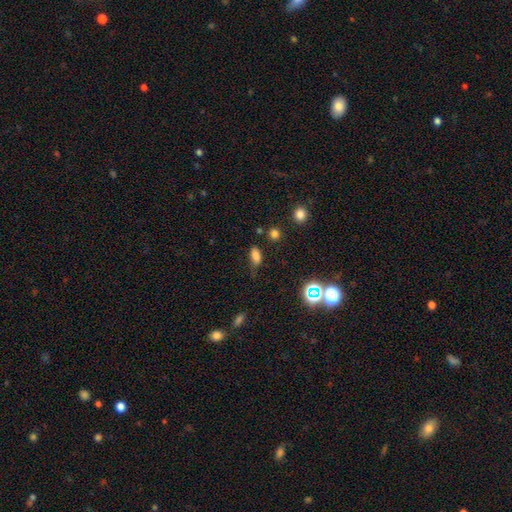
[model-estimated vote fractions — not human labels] This appears to be a smooth galaxy with no disk features (78%) that is in between round and cigar-shaped (85%). Merging: none (55%).